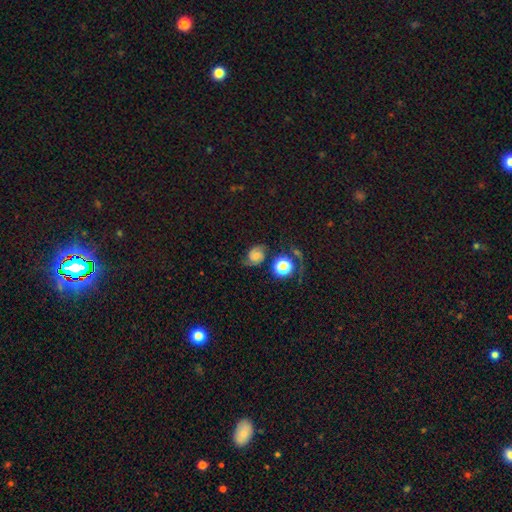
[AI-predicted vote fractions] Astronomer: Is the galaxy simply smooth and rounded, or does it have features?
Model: featured or disk — 59%.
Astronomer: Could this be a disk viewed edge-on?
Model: no — 97%.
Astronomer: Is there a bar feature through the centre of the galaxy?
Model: no — 69%.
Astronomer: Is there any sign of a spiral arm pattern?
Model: yes — 94%.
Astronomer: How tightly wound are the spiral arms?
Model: medium — 45% (runner-up: loose, 31%).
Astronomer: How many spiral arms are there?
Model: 2 — 88%.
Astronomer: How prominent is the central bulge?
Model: small — 46% (runner-up: moderate, 30%).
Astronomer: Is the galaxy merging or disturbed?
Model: none — 64%.